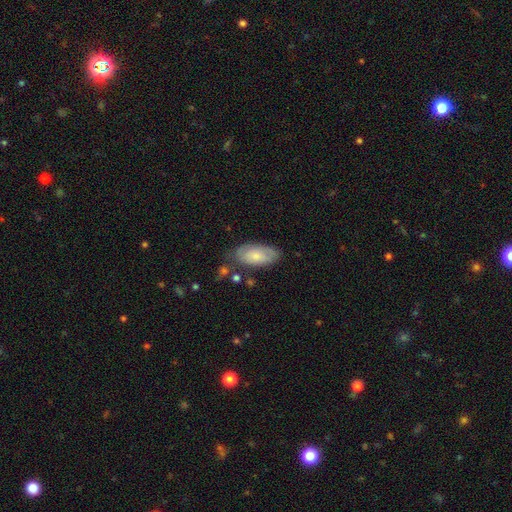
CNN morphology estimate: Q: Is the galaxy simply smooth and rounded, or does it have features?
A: smooth — 69%.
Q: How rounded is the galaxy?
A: in between — 90%.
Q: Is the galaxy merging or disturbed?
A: none — 67%.